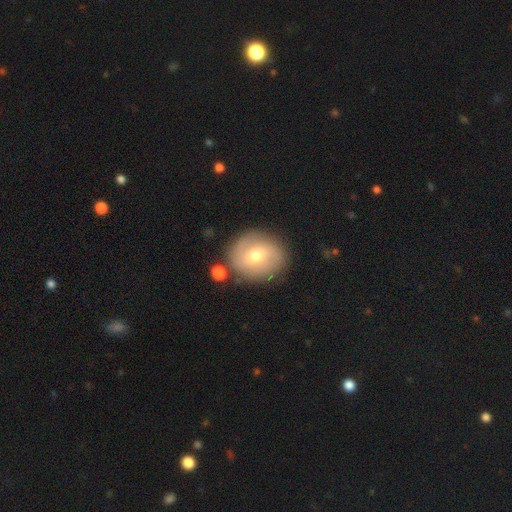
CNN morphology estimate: Smooth or featured? featured or disk (54%)
Edge-on disk? no (96%)
Bar? no (45%)
Spiral arms? yes (74%)
Bulge size? moderate (63%)
Merging? none (79%)